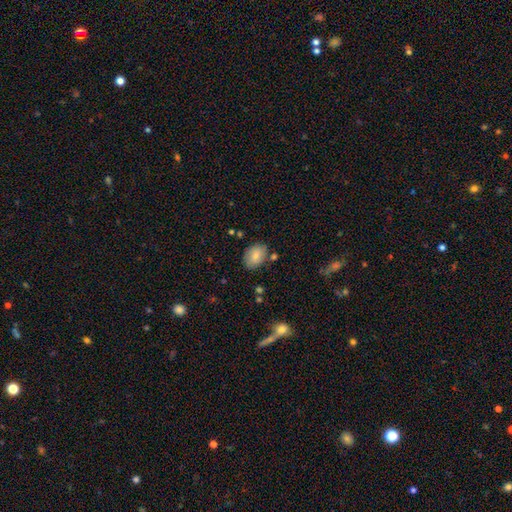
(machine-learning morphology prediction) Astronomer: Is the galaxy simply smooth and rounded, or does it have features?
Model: smooth — 81%.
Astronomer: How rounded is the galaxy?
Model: in between — 79%.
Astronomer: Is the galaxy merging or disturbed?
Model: none — 77%.